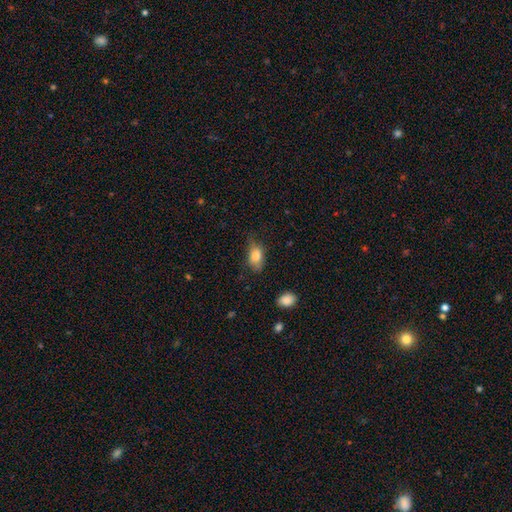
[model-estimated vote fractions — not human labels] Smooth or featured: smooth — 80% (featured or disk — 12%)
How rounded: in between — 83% (round — 13%)
Merging: none — 59% (minor disturbance — 30%)